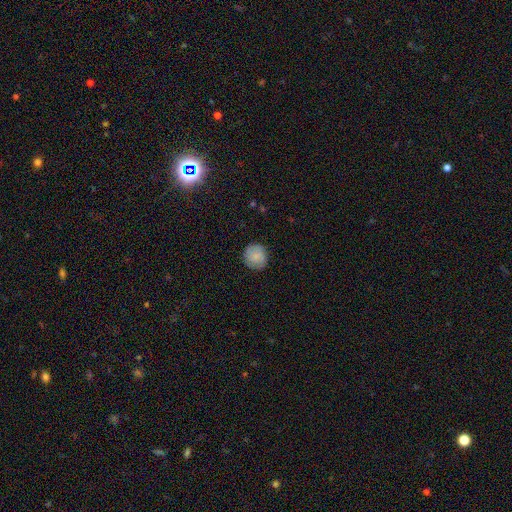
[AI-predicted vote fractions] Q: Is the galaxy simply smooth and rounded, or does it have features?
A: smooth — 76%.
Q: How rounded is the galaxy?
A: round — 92%.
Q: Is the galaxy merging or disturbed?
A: none — 86%.